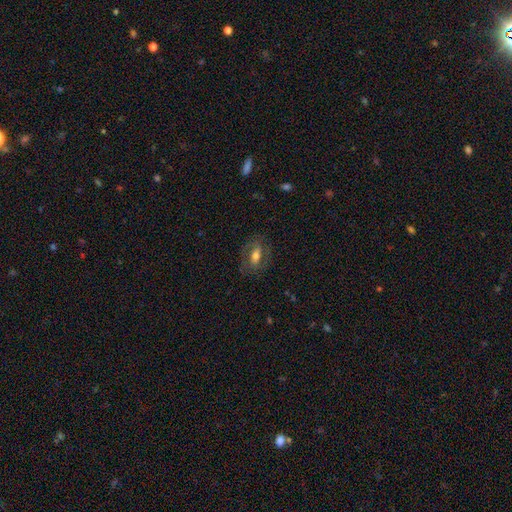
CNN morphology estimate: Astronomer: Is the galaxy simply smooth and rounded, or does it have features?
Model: featured or disk — 47% (runner-up: smooth, 44%).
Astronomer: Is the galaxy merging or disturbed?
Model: none — 75%.